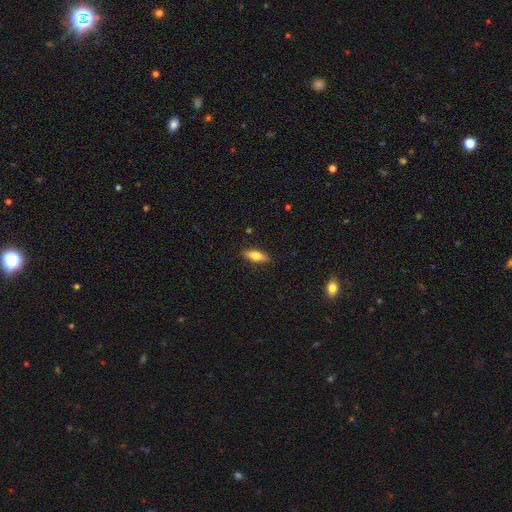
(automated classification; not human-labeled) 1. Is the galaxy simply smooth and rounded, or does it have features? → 61% smooth, 32% featured or disk, 7% star or artifact.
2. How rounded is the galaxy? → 63% in between, 34% cigar-shaped, 3% round.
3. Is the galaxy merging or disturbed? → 88% none, 9% minor disturbance, 2% major disturbance, 1% merger.